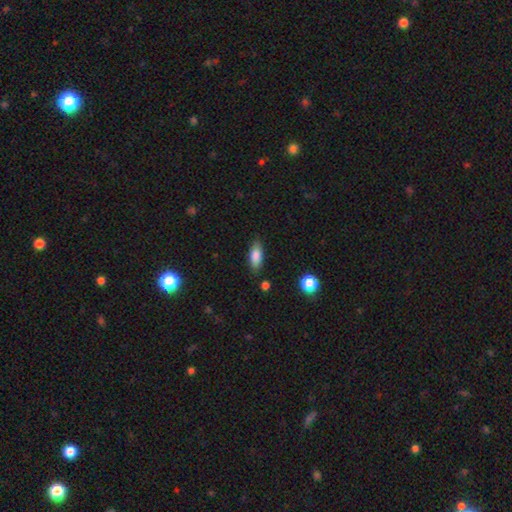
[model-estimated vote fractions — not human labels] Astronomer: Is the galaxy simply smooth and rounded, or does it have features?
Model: smooth — 83%.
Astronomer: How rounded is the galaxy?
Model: in between — 79%.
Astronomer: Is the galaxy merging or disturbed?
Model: none — 84%.